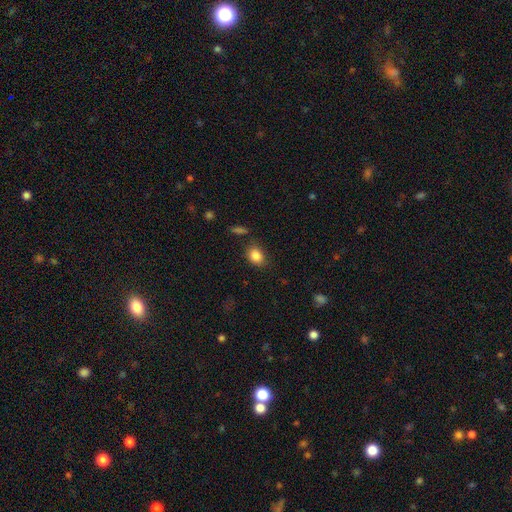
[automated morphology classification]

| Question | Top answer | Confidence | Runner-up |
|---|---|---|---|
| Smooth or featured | smooth | 85% | star or artifact (9%) |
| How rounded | in between | 60% | round (39%) |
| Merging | none | 78% | minor disturbance (15%) |